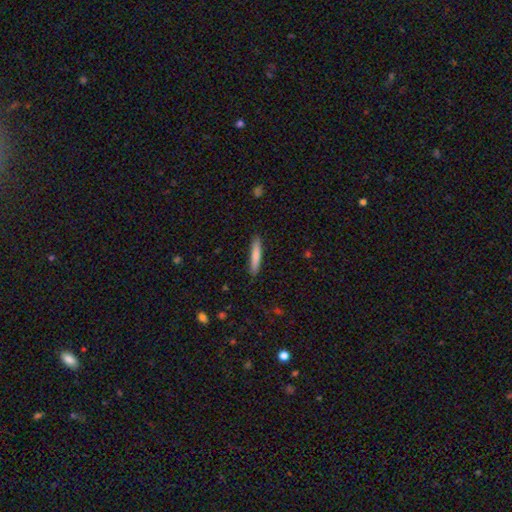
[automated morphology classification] smooth_or_featured: smooth (p=0.79) [alt: featured or disk p=0.16]
how_rounded: cigar-shaped (p=0.93) [alt: in between p=0.06]
merging: none (p=0.89) [alt: minor disturbance p=0.08]